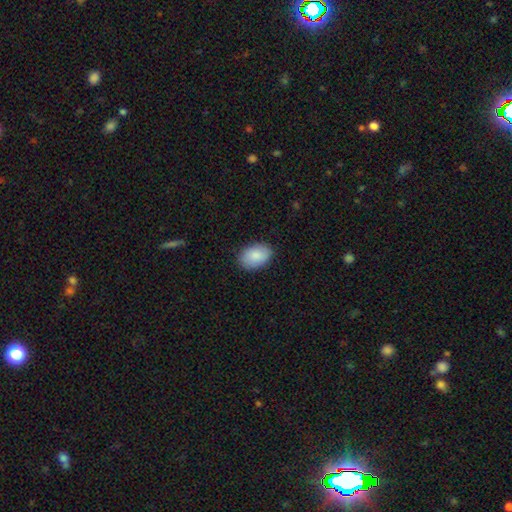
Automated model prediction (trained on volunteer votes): smooth_or_featured: smooth (p=0.87) [alt: featured or disk p=0.07]
how_rounded: in between (p=0.86) [alt: round p=0.13]
merging: none (p=0.86) [alt: minor disturbance p=0.11]